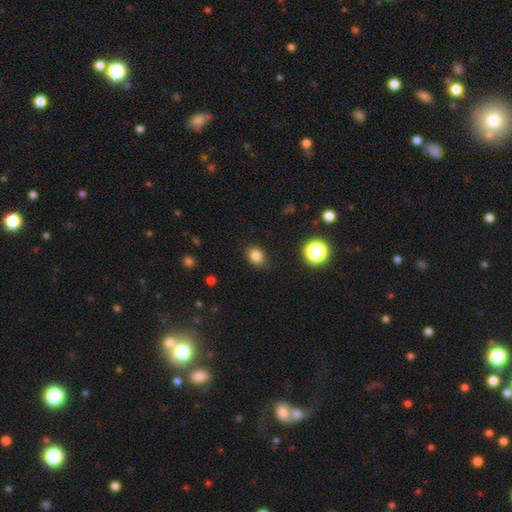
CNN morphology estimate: smooth-or-featured: smooth: 82% | star or artifact: 13% | featured or disk: 5%
  how-rounded: in between: 51% | round: 48% | cigar-shaped: 1%
  merging: none: 84% | minor disturbance: 12% | major disturbance: 3% | merger: 1%